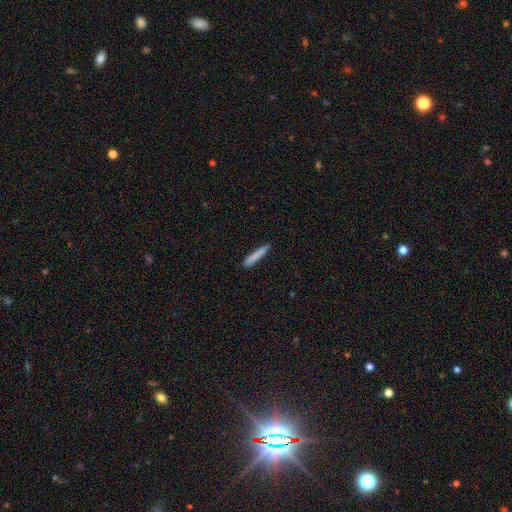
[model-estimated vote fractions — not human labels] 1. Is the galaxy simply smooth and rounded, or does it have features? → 84% smooth, 10% featured or disk, 6% star or artifact.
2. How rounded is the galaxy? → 93% cigar-shaped, 6% in between, 1% round.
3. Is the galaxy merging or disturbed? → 85% none, 12% minor disturbance, 2% major disturbance, 1% merger.